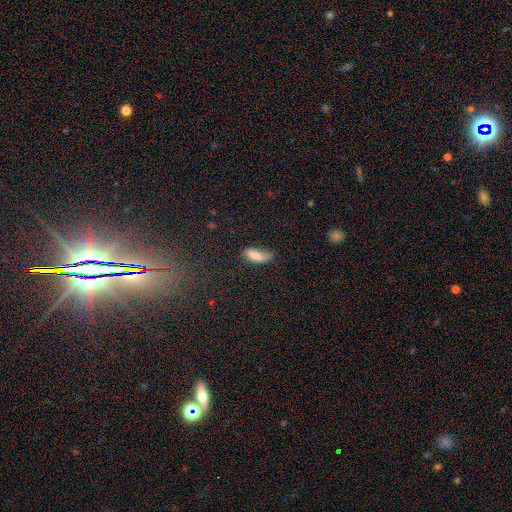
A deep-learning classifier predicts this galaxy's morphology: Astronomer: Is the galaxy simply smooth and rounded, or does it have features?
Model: smooth — 76%.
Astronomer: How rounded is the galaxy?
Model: in between — 66%.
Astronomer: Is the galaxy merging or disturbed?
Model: none — 42% (runner-up: minor disturbance, 35%).